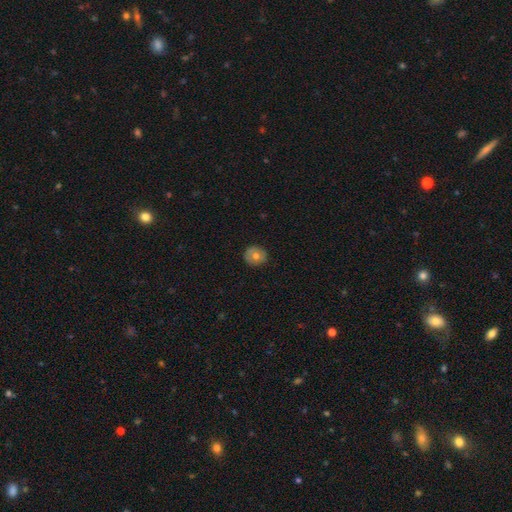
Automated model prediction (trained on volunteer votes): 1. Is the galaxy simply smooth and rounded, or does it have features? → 69% smooth, 23% featured or disk, 9% star or artifact.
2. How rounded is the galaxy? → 85% round, 14% in between, 1% cigar-shaped.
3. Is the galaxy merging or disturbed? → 86% none, 10% minor disturbance, 2% major disturbance, 1% merger.